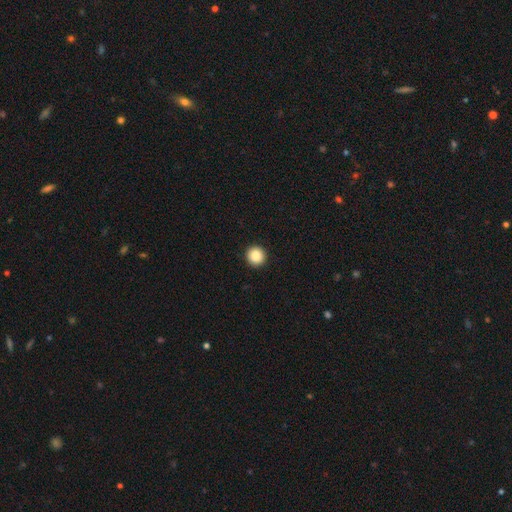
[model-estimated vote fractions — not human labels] smooth 87%, star or artifact 9%, featured or disk 4%. Down the decision tree: how rounded — round (95%); merging — none (94%).